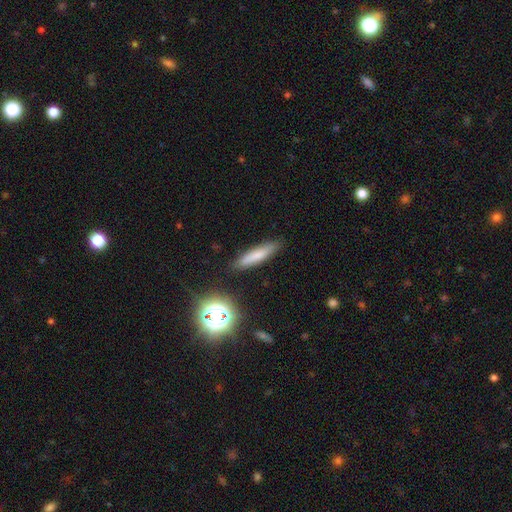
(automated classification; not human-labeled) Smooth or featured?
  - smooth: 72% *
  - featured or disk: 17%
  - star or artifact: 11%
How rounded?
  - cigar-shaped: 83% *
  - in between: 14%
  - round: 2%
Merging?
  - none: 86% *
  - minor disturbance: 9%
  - major disturbance: 2%
  - merger: 2%